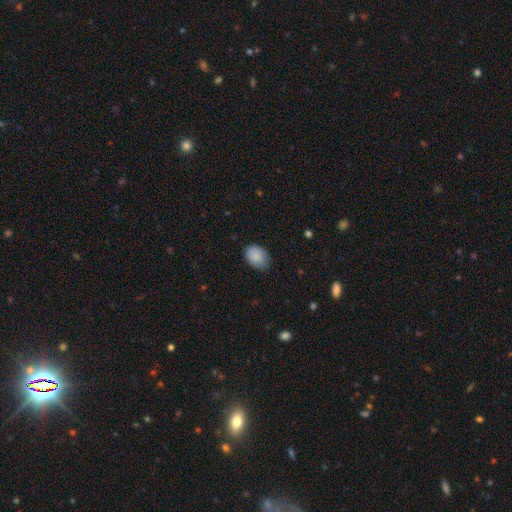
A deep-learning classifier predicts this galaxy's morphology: Smooth or featured? Predicted: smooth (p=0.86). How rounded? Predicted: in between (p=0.76). Merging? Predicted: none (p=0.74).